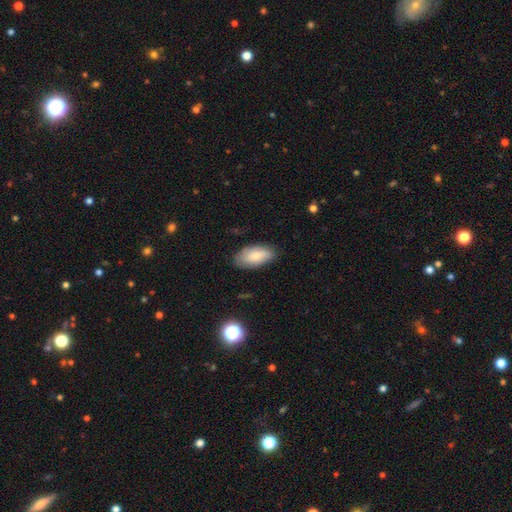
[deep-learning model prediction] Q: Smooth or featured?
A: smooth (77%); runner-up: featured or disk (17%)
Q: How rounded?
A: in between (93%); runner-up: cigar-shaped (5%)
Q: Merging?
A: none (76%); runner-up: minor disturbance (19%)